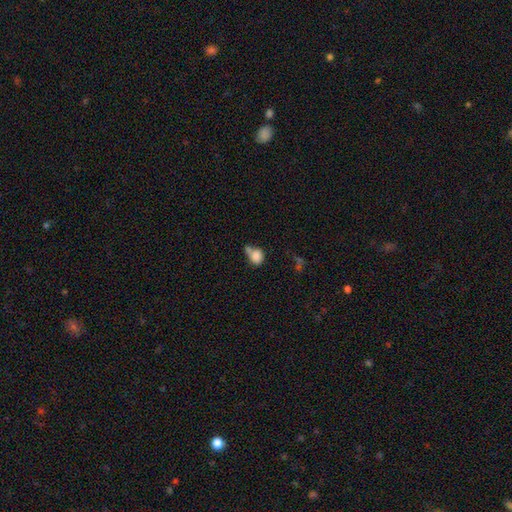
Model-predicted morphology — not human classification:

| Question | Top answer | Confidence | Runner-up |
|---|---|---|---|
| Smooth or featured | smooth | 82% | star or artifact (9%) |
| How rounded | round | 52% | in between (46%) |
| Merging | merger | 41% | none (33%) |